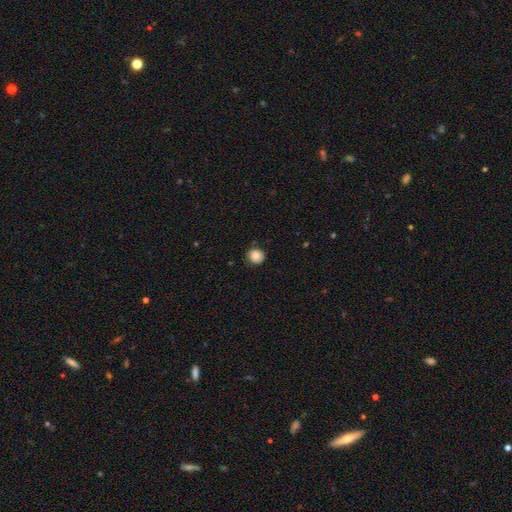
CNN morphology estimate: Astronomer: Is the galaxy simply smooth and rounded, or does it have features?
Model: smooth — 83%.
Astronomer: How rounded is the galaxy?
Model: round — 92%.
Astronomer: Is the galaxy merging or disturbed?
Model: none — 86%.